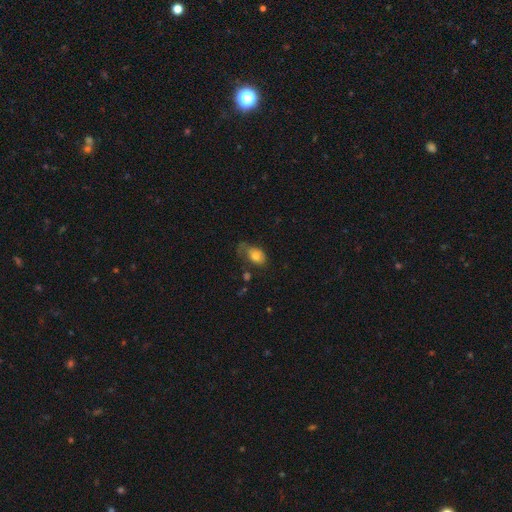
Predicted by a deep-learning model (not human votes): This appears to be a smooth galaxy with no disk features (74%) that is in between round and cigar-shaped (83%). Merging: major disturbance (34%).